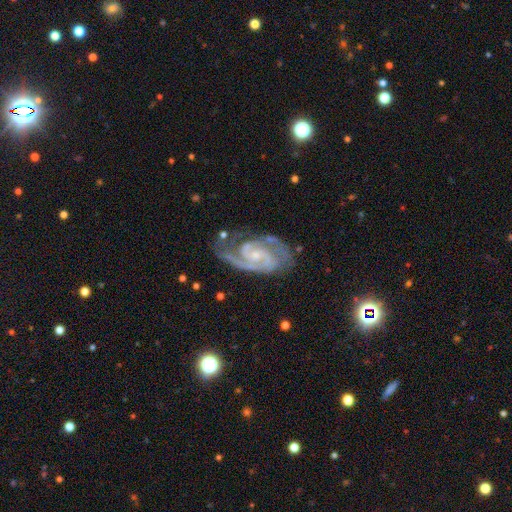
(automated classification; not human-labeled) A featured or disk galaxy (93%) with no bar (50%), 2 (86%) tight (48%) spiral arms (99%) and a small central bulge (69%). Merging: none (70%).